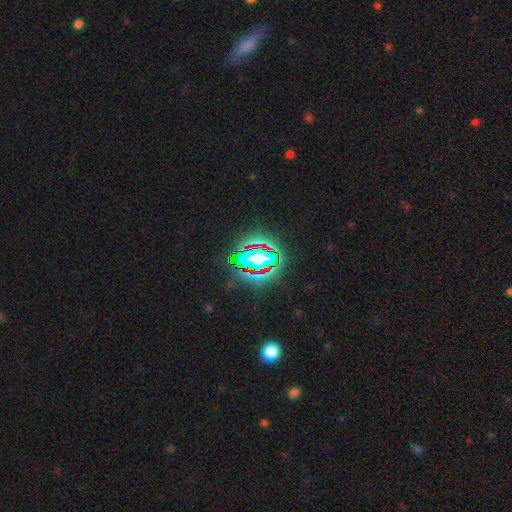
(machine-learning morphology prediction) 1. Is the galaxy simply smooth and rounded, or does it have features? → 75% star or artifact, 14% smooth, 11% featured or disk.